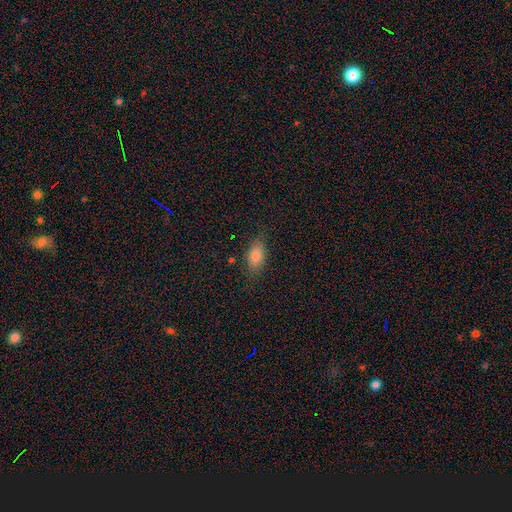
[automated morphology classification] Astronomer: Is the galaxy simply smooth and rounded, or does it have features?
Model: smooth — 72%.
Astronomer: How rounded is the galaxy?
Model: in between — 81%.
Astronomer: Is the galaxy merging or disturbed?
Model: none — 80%.